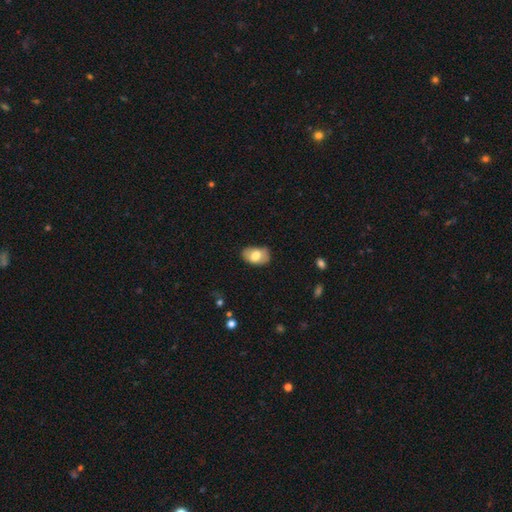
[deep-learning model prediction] This appears to be a smooth galaxy with no disk features (73%) that is in between round and cigar-shaped (87%). Merging: none (71%).